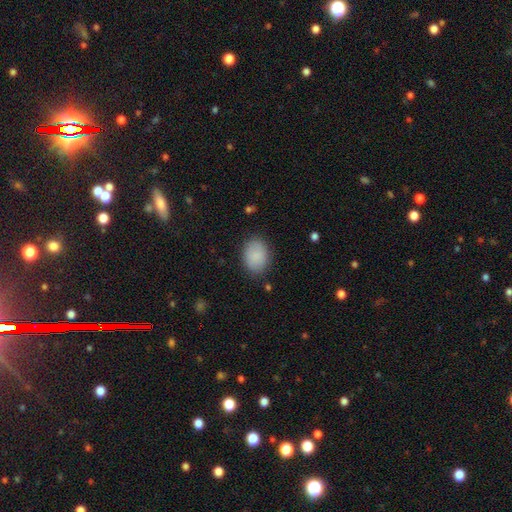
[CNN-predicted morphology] This is clearly a smooth galaxy (88%). How rounded: likely in between (73%). Merging: clearly none (84%).